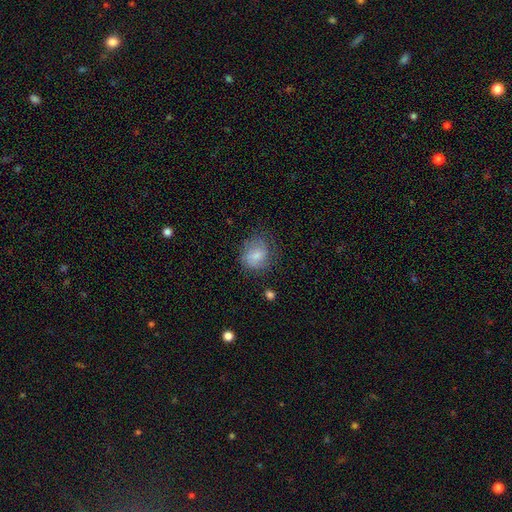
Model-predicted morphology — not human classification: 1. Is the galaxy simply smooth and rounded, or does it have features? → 71% smooth, 21% featured or disk, 8% star or artifact.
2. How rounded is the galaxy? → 71% round, 28% in between, 1% cigar-shaped.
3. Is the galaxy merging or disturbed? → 65% none, 23% minor disturbance, 11% major disturbance, 2% merger.